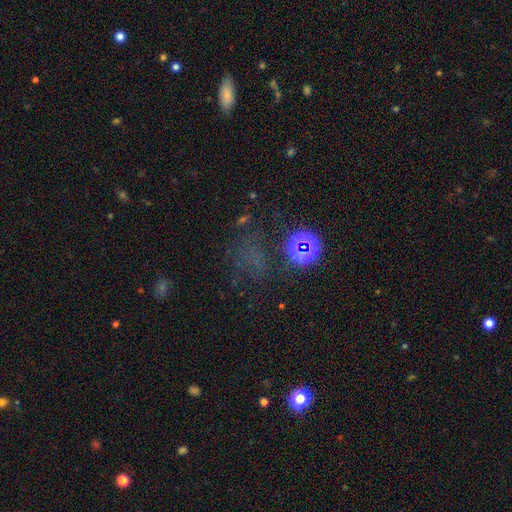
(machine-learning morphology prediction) star or artifact 67%, smooth 22%, featured or disk 11%.